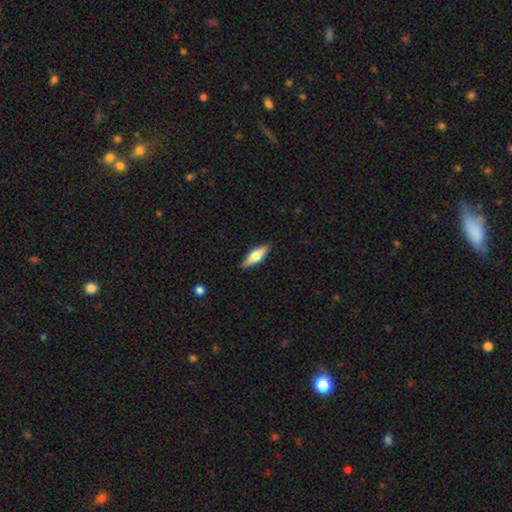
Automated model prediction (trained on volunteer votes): featured or disk 54%, smooth 40%, star or artifact 6%. Down the decision tree: edge-on disk — yes (95%); edge-on bulge — rounded (91%); merging — none (89%).